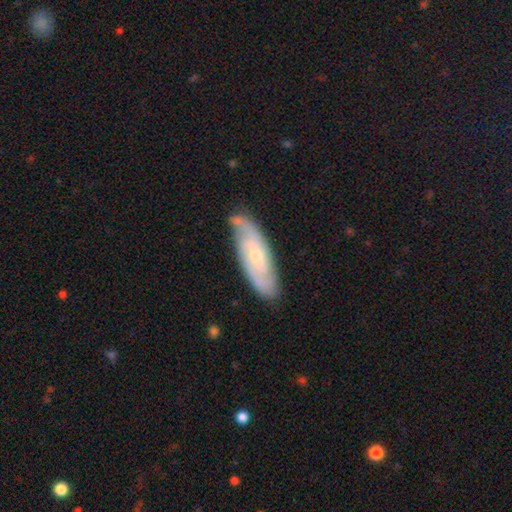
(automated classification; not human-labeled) Overall: featured or disk (72%). Edge-on disk: no (85%). Bar: no (54%; weak 38%). Spiral arms: yes (92%). Spiral arm count: 2 (49%; can't tell 29%). Spiral winding: tight (46%; medium 39%). Bulge size: small (56%; moderate 39%). Merging: none (75%).